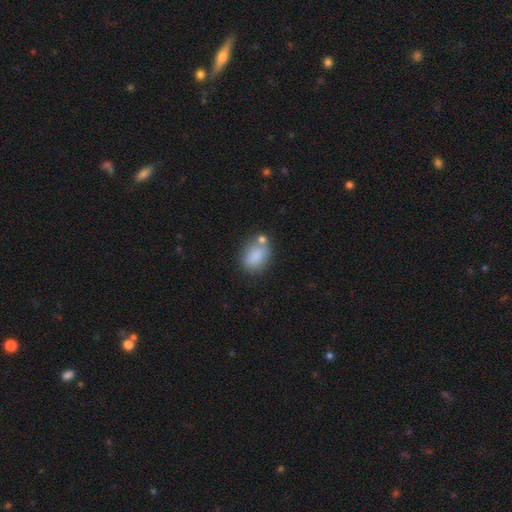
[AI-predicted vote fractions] smooth-or-featured: smooth: 84% | featured or disk: 8% | star or artifact: 8%
  how-rounded: in between: 72% | round: 26% | cigar-shaped: 1%
  merging: none: 59% | merger: 19% | minor disturbance: 17% | major disturbance: 5%